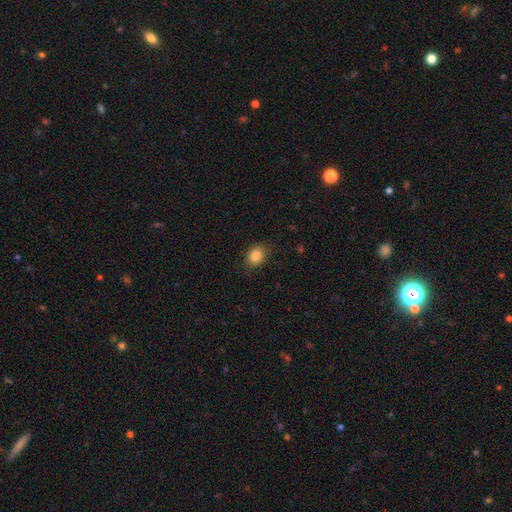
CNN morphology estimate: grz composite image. It shows a smooth galaxy with no disk features (86%) that is in between round and cigar-shaped (52%). Merging: none (83%).